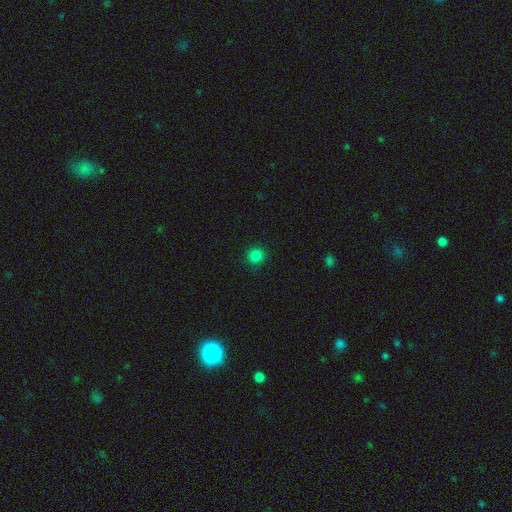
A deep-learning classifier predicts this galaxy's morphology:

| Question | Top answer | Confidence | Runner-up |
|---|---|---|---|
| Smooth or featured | smooth | 84% | star or artifact (13%) |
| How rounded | round | 94% | in between (5%) |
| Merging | none | 91% | minor disturbance (6%) |